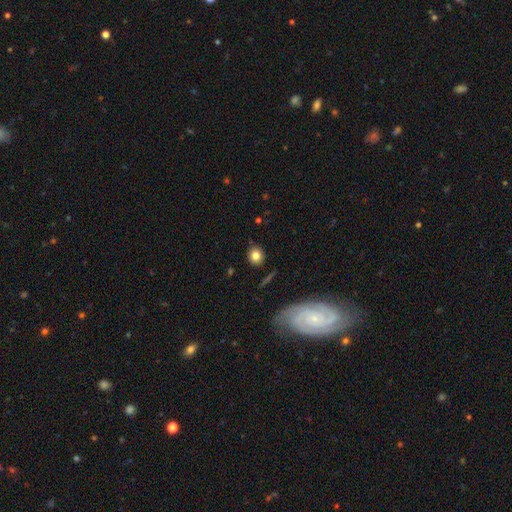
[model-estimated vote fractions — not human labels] smooth 80%, star or artifact 10%, featured or disk 10%. Down the decision tree: how rounded — round (78%); merging — none (85%).